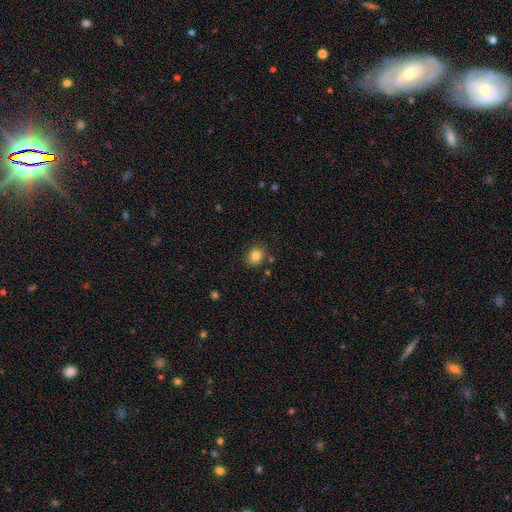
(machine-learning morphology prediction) smooth-or-featured: smooth: 84% | star or artifact: 10% | featured or disk: 6%
  how-rounded: round: 63% | in between: 36% | cigar-shaped: 1%
  merging: none: 81% | minor disturbance: 12% | merger: 4% | major disturbance: 3%